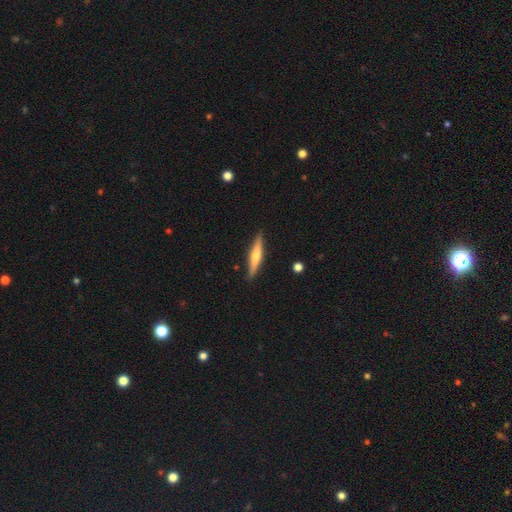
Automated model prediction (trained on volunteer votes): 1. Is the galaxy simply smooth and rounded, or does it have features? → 53% featured or disk, 42% smooth, 6% star or artifact.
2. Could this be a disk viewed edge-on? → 96% yes, 4% no.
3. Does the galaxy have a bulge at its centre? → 80% rounded, 11% none, 9% boxy.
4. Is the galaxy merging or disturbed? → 89% none, 8% minor disturbance, 2% major disturbance, 1% merger.